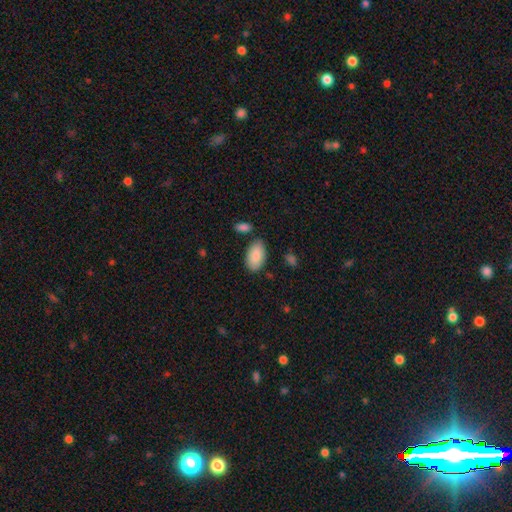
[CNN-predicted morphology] A smooth galaxy with no disk features (88%) that is in between round and cigar-shaped (95%).

Vote fractions:
- Smooth or featured? smooth: 88% / featured or disk: 7% / star or artifact: 5%
- How rounded? in between: 95% / round: 3% / cigar-shaped: 2%
- Merging? none: 80% / minor disturbance: 13% / merger: 4% / major disturbance: 3%